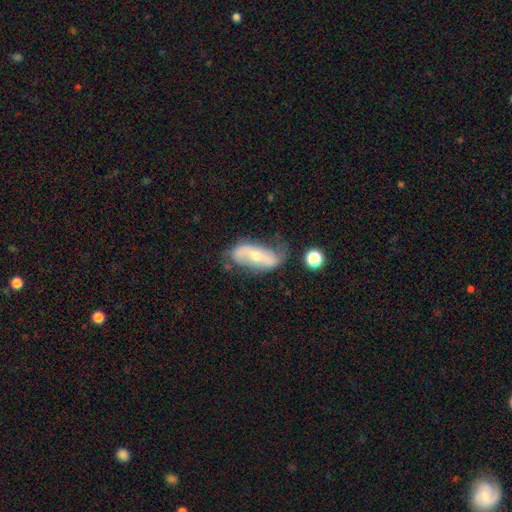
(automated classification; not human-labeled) Smooth or featured: featured or disk — 68% (smooth — 25%)
Edge-on disk: no — 89% (yes — 11%)
Bar: no — 43% (strong — 30%)
Spiral arms: yes — 79% (no — 21%)
Bulge size: moderate — 49% (small — 46%)
Merging: none — 52% (minor disturbance — 29%)